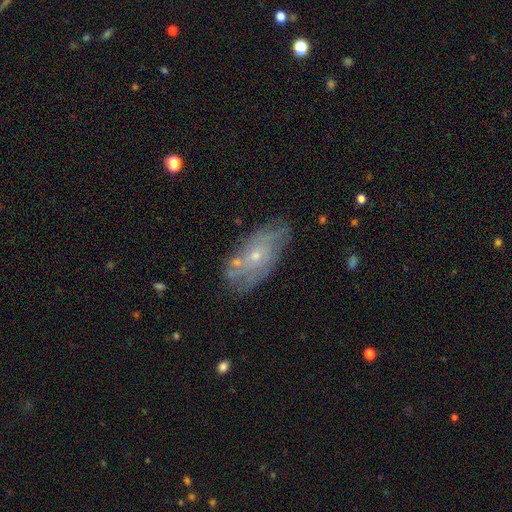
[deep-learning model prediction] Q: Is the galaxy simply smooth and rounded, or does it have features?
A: featured or disk — 61%.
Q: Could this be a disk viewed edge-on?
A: no — 89%.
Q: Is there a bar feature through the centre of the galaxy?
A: no — 84%.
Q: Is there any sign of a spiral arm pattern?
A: yes — 59%.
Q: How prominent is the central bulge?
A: small — 73%.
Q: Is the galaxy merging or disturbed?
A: none — 67%.